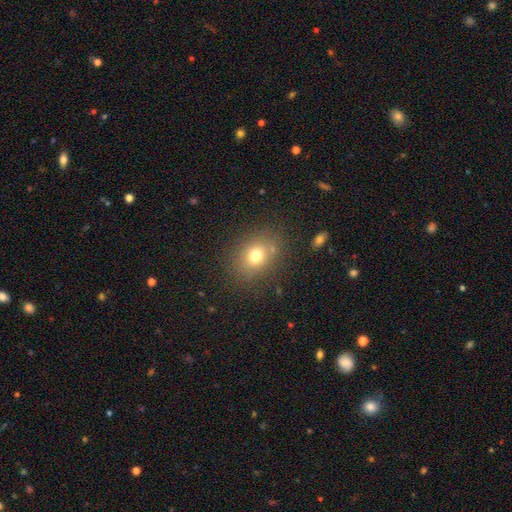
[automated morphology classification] A smooth galaxy with no disk features (73%) that is round (52%). Merging: none (79%).